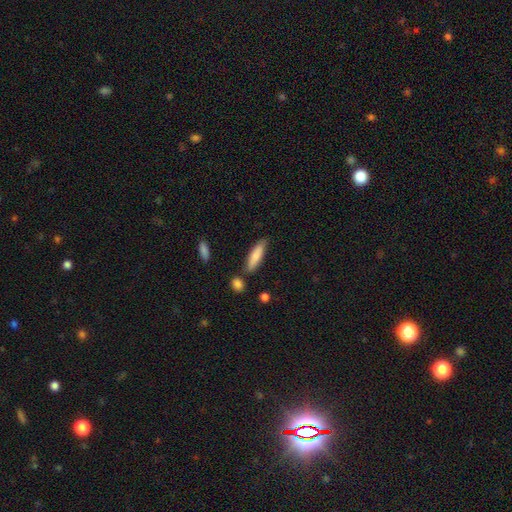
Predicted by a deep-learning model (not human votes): A smooth galaxy with no disk features (78%) that is cigar-shaped (67%). Merging: none (78%).